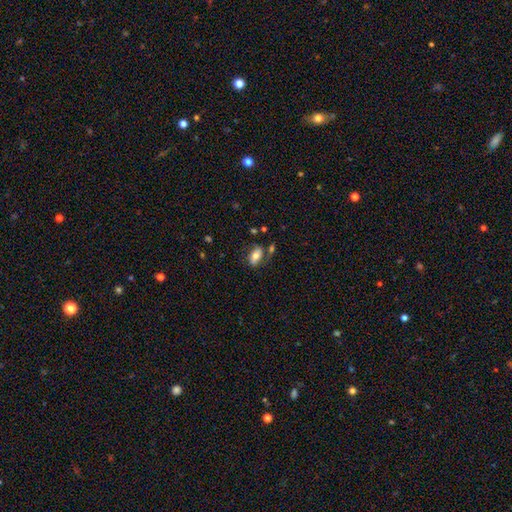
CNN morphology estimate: type=smooth (65%); roundness=in between (88%); merging=none (62%).